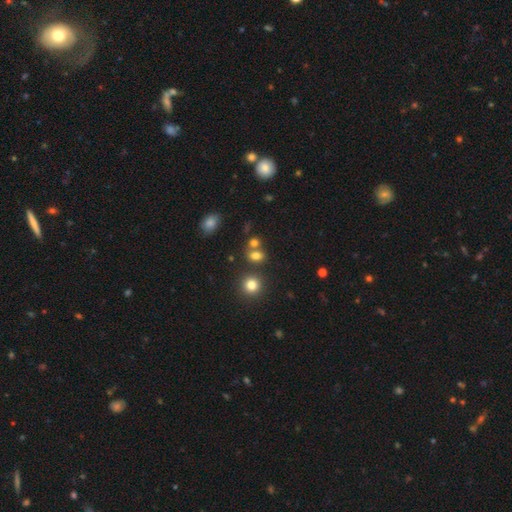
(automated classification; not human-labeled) Smooth or featured?
  - smooth: 76% *
  - star or artifact: 15%
  - featured or disk: 8%
How rounded?
  - in between: 57% *
  - round: 41%
  - cigar-shaped: 2%
Merging?
  - none: 54% *
  - merger: 31%
  - minor disturbance: 10%
  - major disturbance: 4%